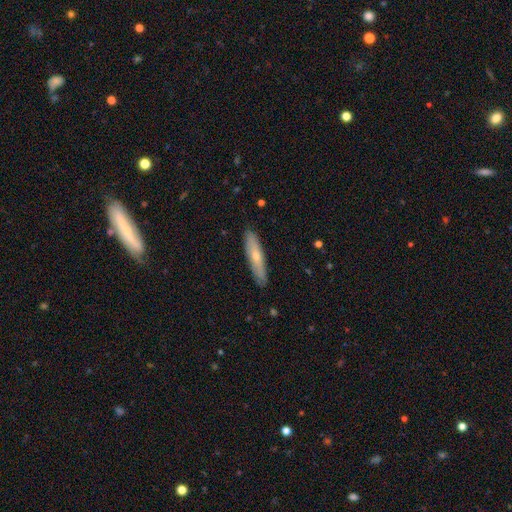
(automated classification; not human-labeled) Smooth or featured?
  - smooth: 56% *
  - featured or disk: 38%
  - star or artifact: 6%
How rounded?
  - cigar-shaped: 83% *
  - in between: 16%
  - round: 2%
Merging?
  - none: 88% *
  - minor disturbance: 10%
  - major disturbance: 2%
  - merger: 1%